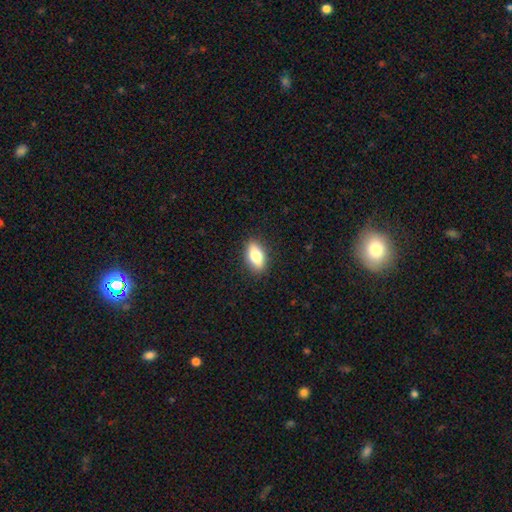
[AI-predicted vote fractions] smooth-or-featured: smooth: 70% | featured or disk: 23% | star or artifact: 8%
  how-rounded: in between: 81% | cigar-shaped: 13% | round: 6%
  merging: none: 88% | minor disturbance: 9% | major disturbance: 2% | merger: 1%